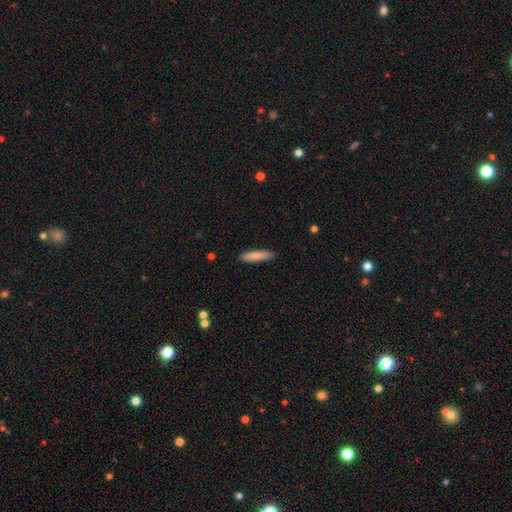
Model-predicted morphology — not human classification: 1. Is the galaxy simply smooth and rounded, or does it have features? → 84% smooth, 10% featured or disk, 6% star or artifact.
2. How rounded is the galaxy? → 81% cigar-shaped, 18% in between, 1% round.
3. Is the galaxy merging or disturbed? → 90% none, 8% minor disturbance, 2% major disturbance, 1% merger.